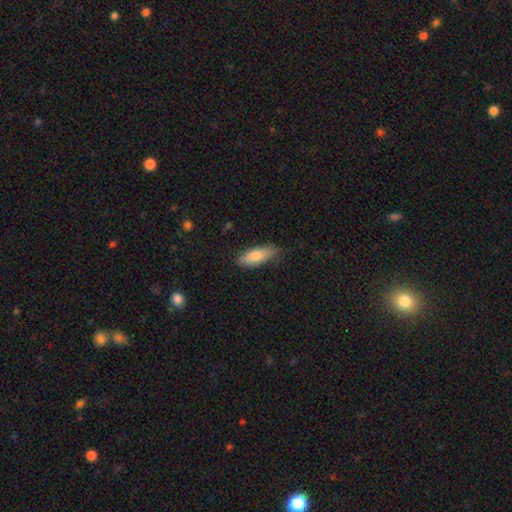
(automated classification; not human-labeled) smooth-or-featured: smooth: 79% | featured or disk: 15% | star or artifact: 6%
  how-rounded: in between: 61% | cigar-shaped: 37% | round: 2%
  merging: none: 76% | minor disturbance: 19% | major disturbance: 3% | merger: 1%